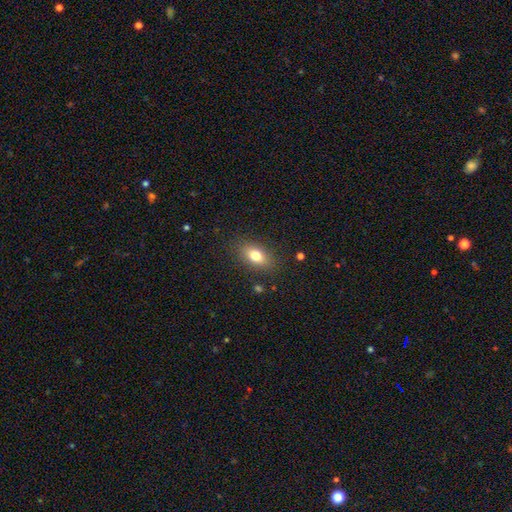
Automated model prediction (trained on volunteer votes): Smooth or featured? smooth (77%)
How rounded? in between (83%)
Merging? none (84%)